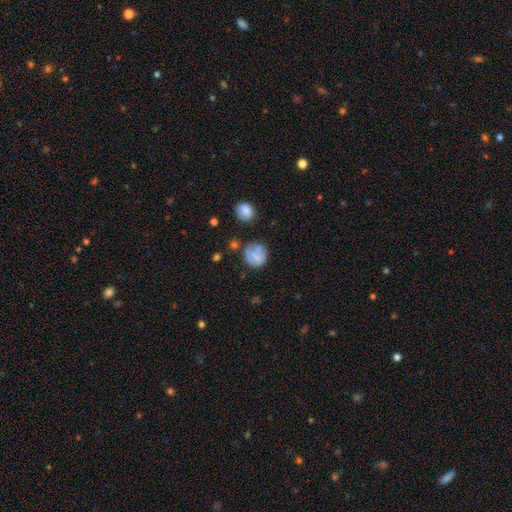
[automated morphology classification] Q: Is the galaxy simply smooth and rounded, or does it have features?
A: smooth — 69%.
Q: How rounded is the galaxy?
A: round — 83%.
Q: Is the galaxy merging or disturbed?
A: none — 60%.